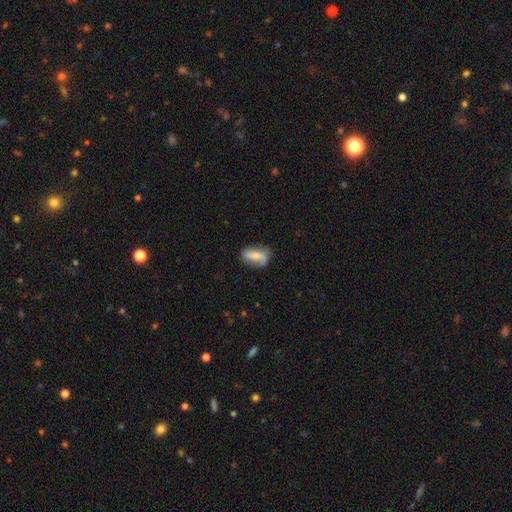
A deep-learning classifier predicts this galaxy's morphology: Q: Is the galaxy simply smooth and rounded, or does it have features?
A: smooth — 57%.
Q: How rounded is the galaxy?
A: in between — 83%.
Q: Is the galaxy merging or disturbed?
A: none — 61%.